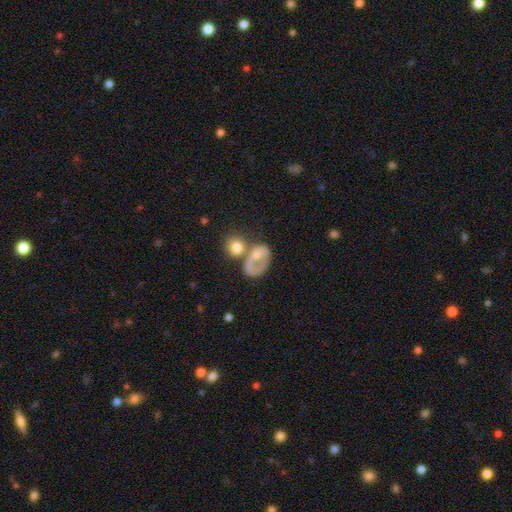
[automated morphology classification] smooth 46%, featured or disk 41%, star or artifact 12%. Down the decision tree: merging — merger (36%).